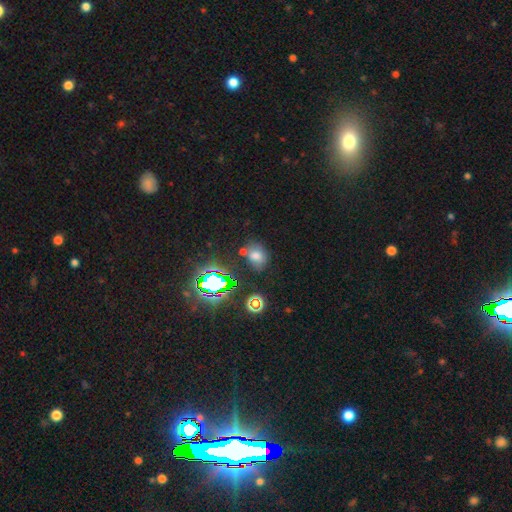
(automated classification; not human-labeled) The model was most divided on "how rounded": in between: 56%, round: 42%, cigar-shaped: 1%. More confident: merging — none (67%); smooth or featured — smooth (62%).